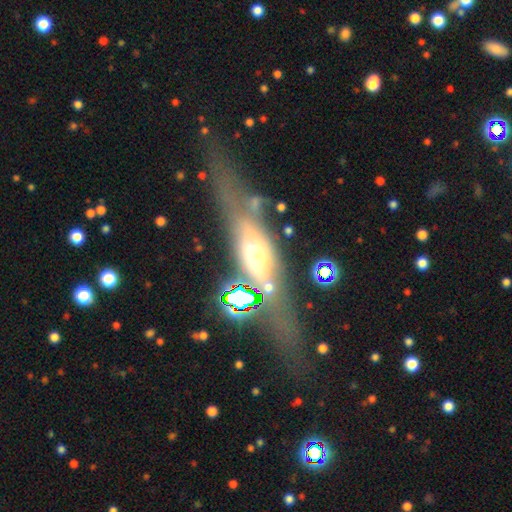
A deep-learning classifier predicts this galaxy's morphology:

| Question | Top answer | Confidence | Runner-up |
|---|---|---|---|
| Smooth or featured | featured or disk | 58% | smooth (29%) |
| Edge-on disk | yes | 65% | no (35%) |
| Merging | none | 47% | major disturbance (24%) |